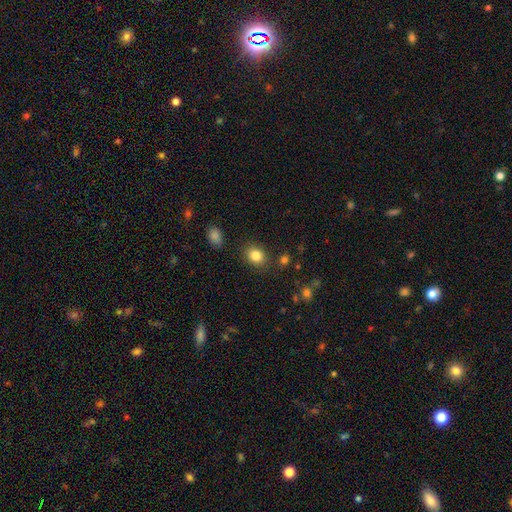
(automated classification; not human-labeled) smooth 83%, star or artifact 10%, featured or disk 6%. Down the decision tree: how rounded — round (53%); merging — none (84%).